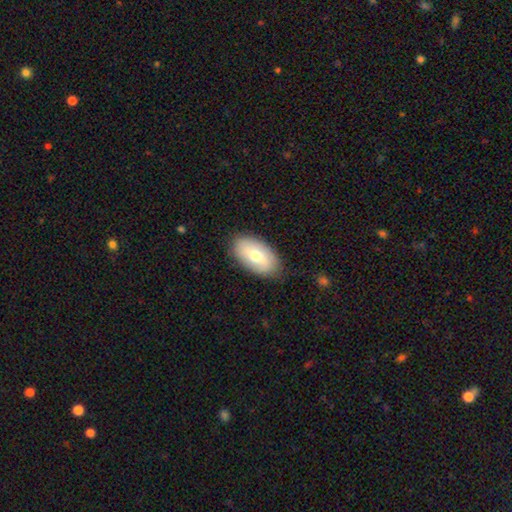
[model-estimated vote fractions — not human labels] Smooth or featured?
  - smooth: 66% *
  - featured or disk: 28%
  - star or artifact: 6%
How rounded?
  - in between: 94% *
  - round: 4%
  - cigar-shaped: 2%
Merging?
  - none: 85% *
  - minor disturbance: 12%
  - major disturbance: 3%
  - merger: 1%